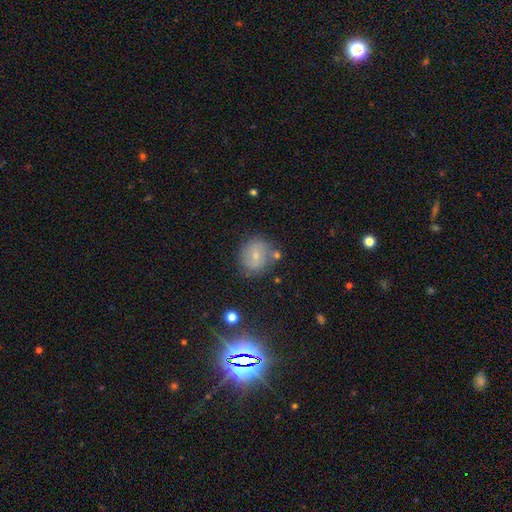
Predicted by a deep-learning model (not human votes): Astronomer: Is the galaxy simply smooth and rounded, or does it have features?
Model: smooth — 54% (runner-up: featured or disk, 34%).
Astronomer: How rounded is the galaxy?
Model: round — 83%.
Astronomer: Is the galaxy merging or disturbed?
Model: none — 70%.